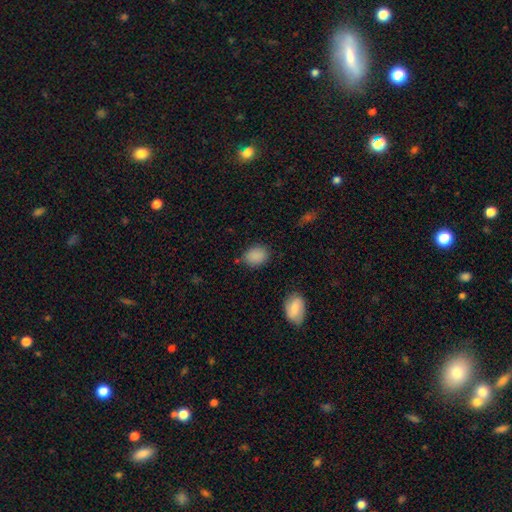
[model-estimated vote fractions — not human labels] This appears to be a smooth galaxy with no disk features (87%) that is in between round and cigar-shaped (70%). Merging: none (78%).